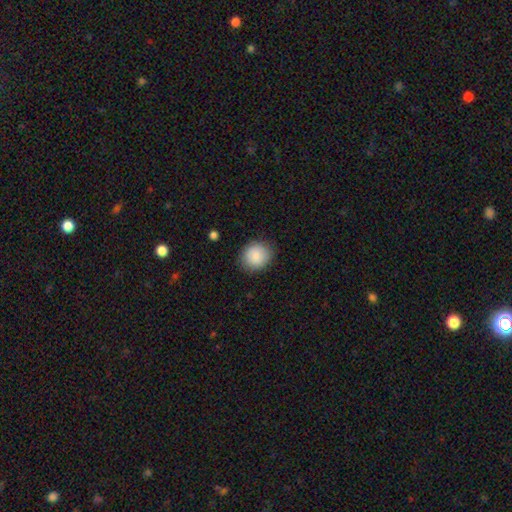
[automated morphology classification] Overall: smooth (88%). How rounded: round (78%). Merging: none (86%).